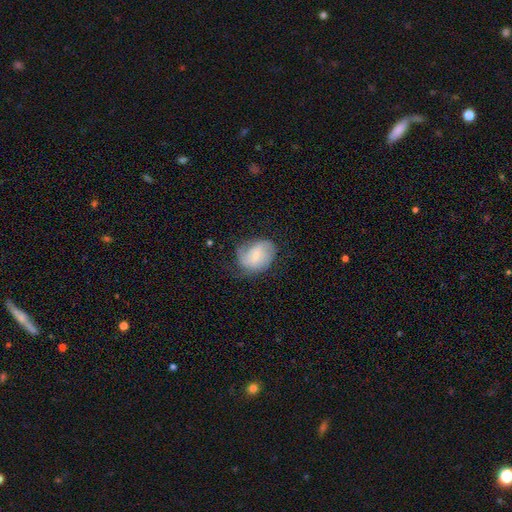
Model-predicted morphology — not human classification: smooth-or-featured: smooth: 47% | featured or disk: 46% | star or artifact: 7%
  merging: none: 51% | minor disturbance: 31% | major disturbance: 16% | merger: 1%